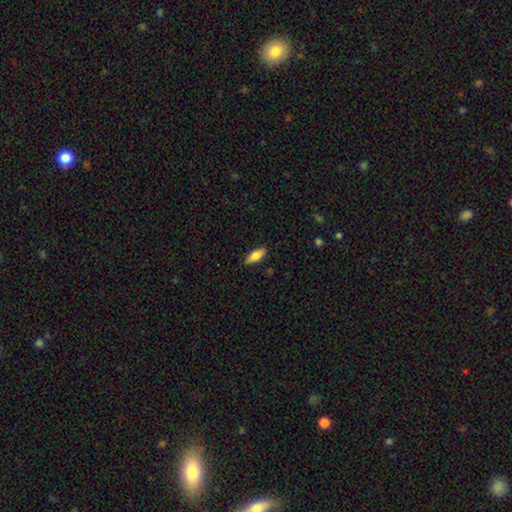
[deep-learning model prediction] smooth 78%, featured or disk 15%, star or artifact 6%. Down the decision tree: how rounded — in between (74%); merging — none (86%).